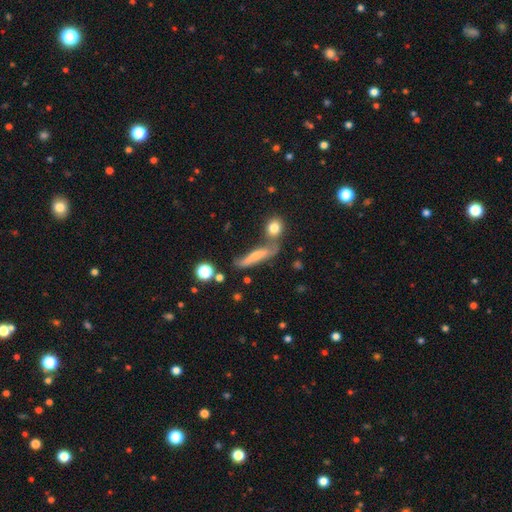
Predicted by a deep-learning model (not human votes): featured or disk 46%, smooth 44%, star or artifact 11%. Down the decision tree: merging — none (59%).